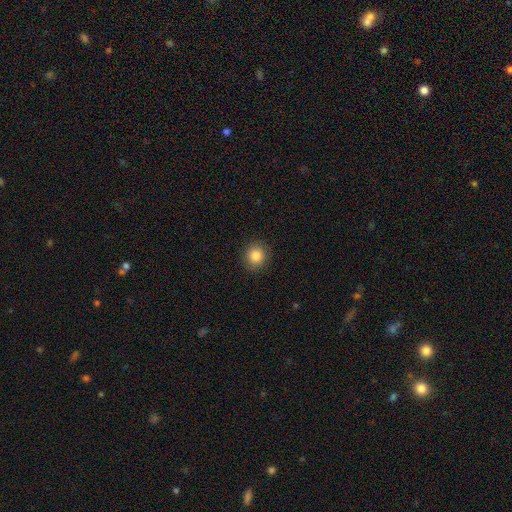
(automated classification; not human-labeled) smooth_or_featured: smooth (p=0.84) [alt: star or artifact p=0.10]
how_rounded: round (p=0.86) [alt: in between p=0.13]
merging: none (p=0.90) [alt: minor disturbance p=0.07]